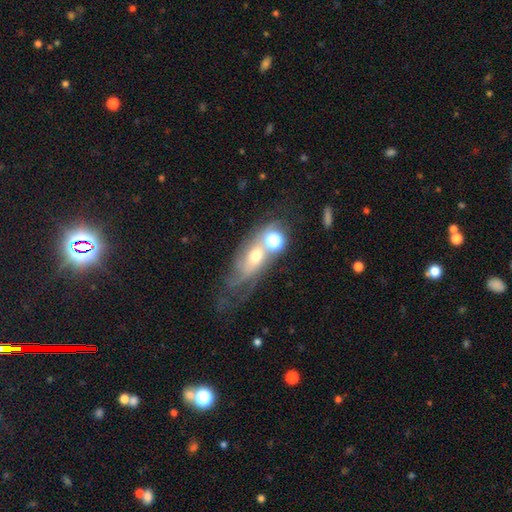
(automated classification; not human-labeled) Overall: featured or disk (48%; smooth 32%). Merging: none (38%; major disturbance 22%).